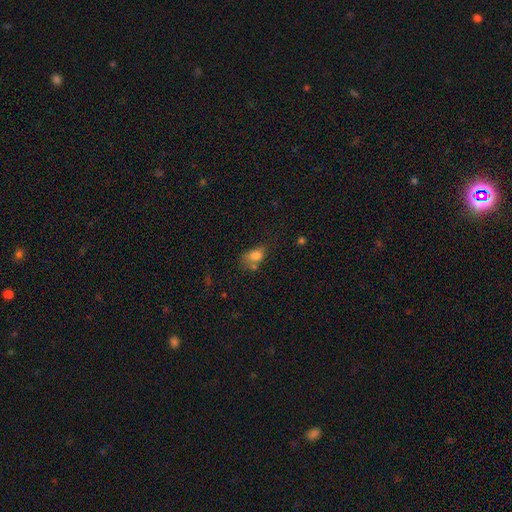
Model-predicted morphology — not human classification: This is likely a smooth galaxy (75%). How rounded: likely in between (74%). Merging: marginally none (34%).